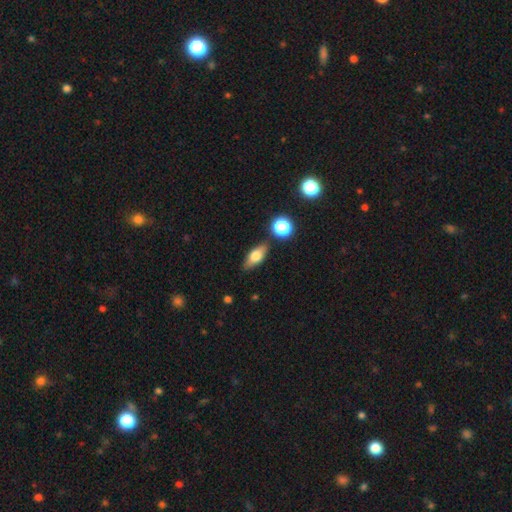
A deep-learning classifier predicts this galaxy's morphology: The model was most divided on "smooth or featured": smooth: 66%, featured or disk: 25%, star or artifact: 9%. More confident: merging — none (82%); how rounded — in between (74%).